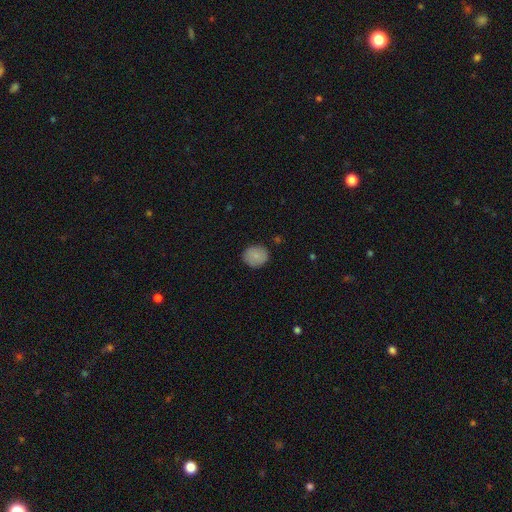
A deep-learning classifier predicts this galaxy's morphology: A smooth galaxy with no disk features (84%) that is round (72%). Merging: none (85%).